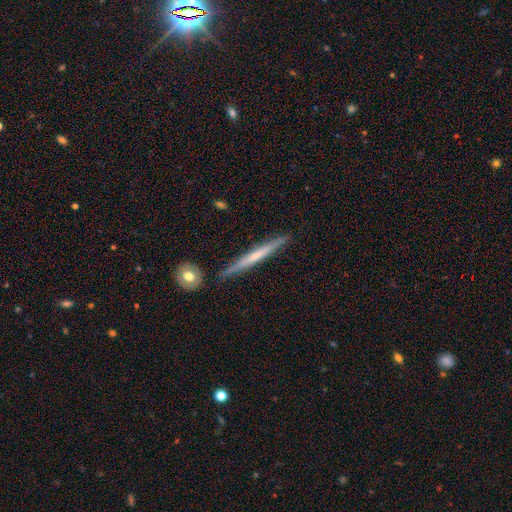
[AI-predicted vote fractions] A featured or disk galaxy (54%) viewed edge-on (96%) with no central bulge (71%). Merging: none (88%).